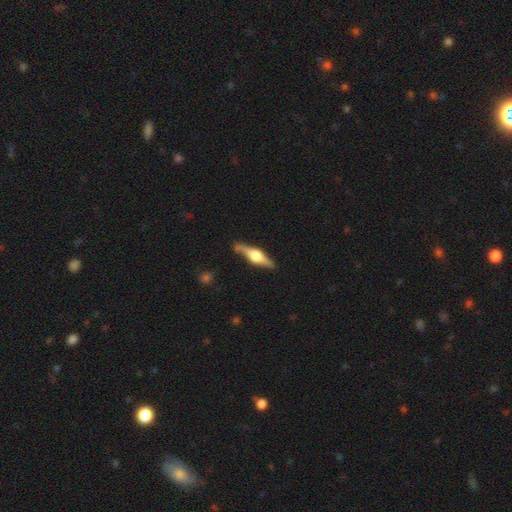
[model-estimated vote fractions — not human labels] Smooth or featured: featured or disk — 75% (smooth — 20%)
Edge-on disk: yes — 97% (no — 3%)
Edge-on bulge: rounded — 92% (boxy — 6%)
Merging: none — 84% (minor disturbance — 11%)